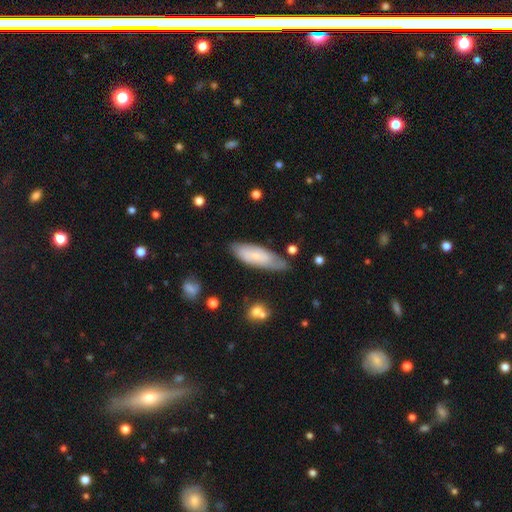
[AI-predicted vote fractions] Smooth or featured? smooth (60%)
How rounded? in between (60%)
Merging? none (70%)